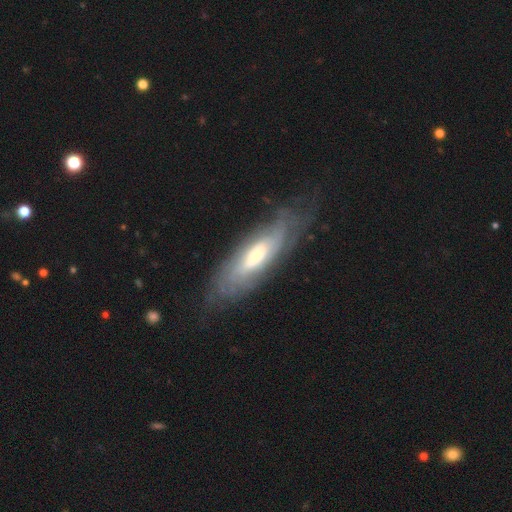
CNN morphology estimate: Overall: featured or disk (67%; smooth 27%). Edge-on disk: no (72%). Merging: none (66%).